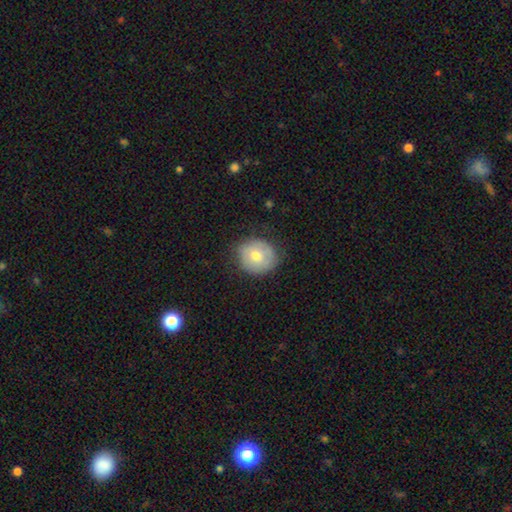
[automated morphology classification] smooth-or-featured: smooth: 65% | featured or disk: 28% | star or artifact: 8%
  how-rounded: round: 83% | in between: 16% | cigar-shaped: 1%
  merging: none: 76% | minor disturbance: 19% | major disturbance: 4% | merger: 1%